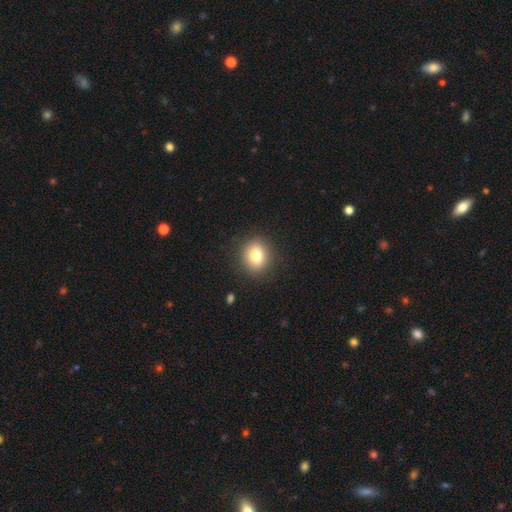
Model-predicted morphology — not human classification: The model was most divided on "how rounded": round: 71%, in between: 28%, cigar-shaped: 1%. More confident: merging — none (90%); smooth or featured — smooth (80%).